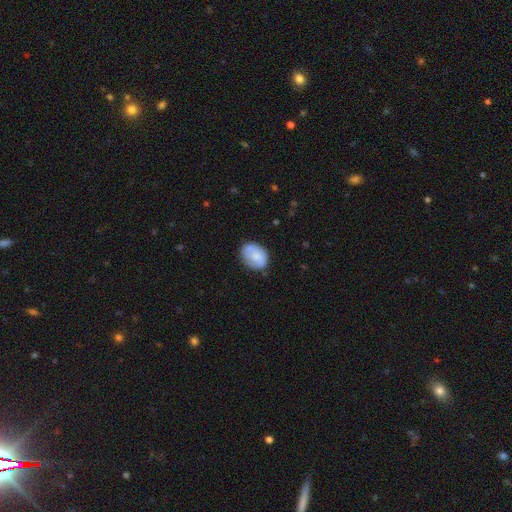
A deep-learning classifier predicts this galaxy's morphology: A smooth galaxy with no disk features (65%) that is in between round and cigar-shaped (63%).

Vote fractions:
- Smooth or featured? smooth: 65% / featured or disk: 28% / star or artifact: 7%
- How rounded? in between: 63% / round: 36% / cigar-shaped: 1%
- Merging? none: 69% / minor disturbance: 22% / major disturbance: 6% / merger: 2%